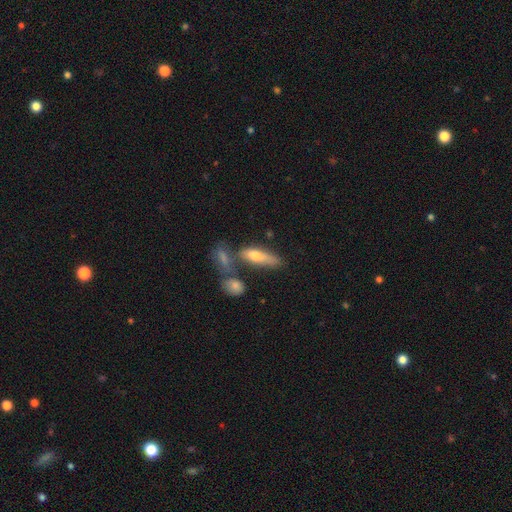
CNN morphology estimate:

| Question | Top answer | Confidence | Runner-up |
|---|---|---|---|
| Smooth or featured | smooth | 63% | featured or disk (29%) |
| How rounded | cigar-shaped | 56% | in between (41%) |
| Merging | none | 46% | merger (29%) |